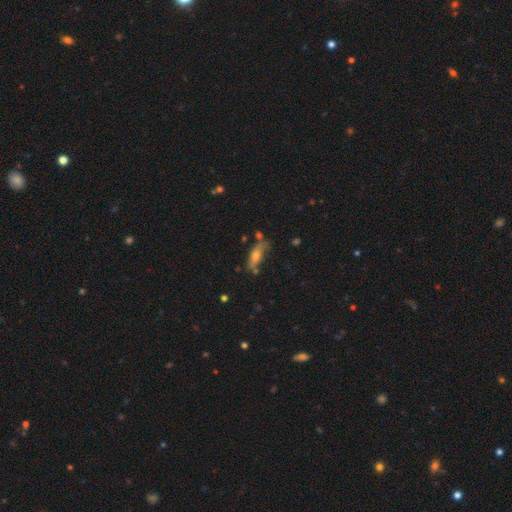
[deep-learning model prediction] Smooth or featured? smooth (48%)
Merging? none (57%)